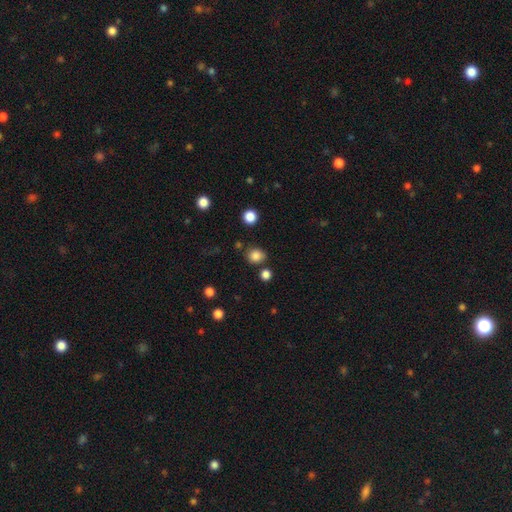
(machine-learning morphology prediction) smooth_or_featured: smooth (p=0.84) [alt: star or artifact p=0.12]
how_rounded: round (p=0.75) [alt: in between p=0.24]
merging: none (p=0.80) [alt: minor disturbance p=0.10]